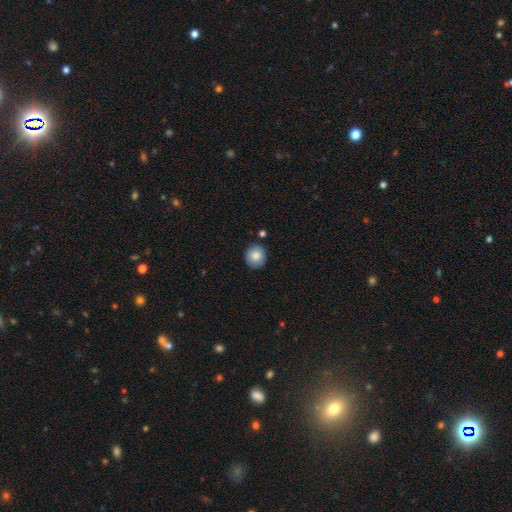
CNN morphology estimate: type=smooth (85%); roundness=round (85%); merging=none (86%).